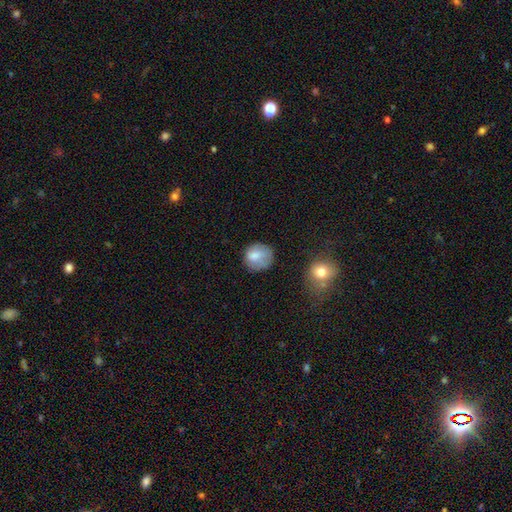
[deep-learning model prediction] smooth_or_featured: smooth (p=0.78) [alt: featured or disk p=0.14]
how_rounded: round (p=0.82) [alt: in between p=0.17]
merging: none (p=0.67) [alt: minor disturbance p=0.22]